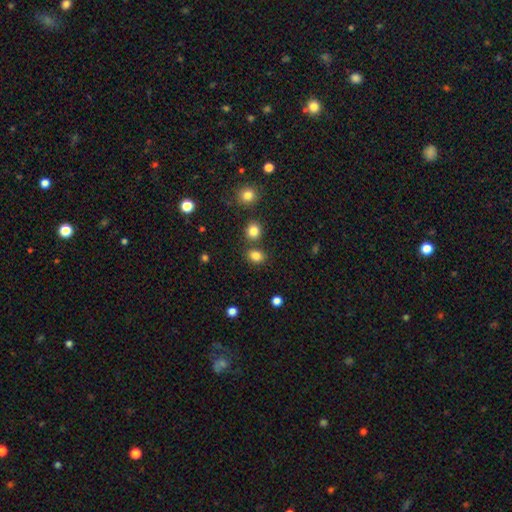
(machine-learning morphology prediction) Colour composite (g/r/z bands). It shows a smooth galaxy with no disk features (83%) that is in between round and cigar-shaped (50%). Merging: none (73%).